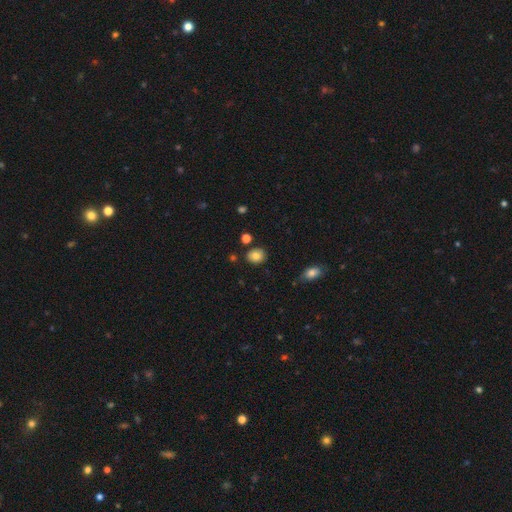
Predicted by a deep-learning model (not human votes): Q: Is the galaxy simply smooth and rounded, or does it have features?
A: smooth — 81%.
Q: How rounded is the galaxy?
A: round — 56%.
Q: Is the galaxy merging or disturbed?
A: none — 84%.